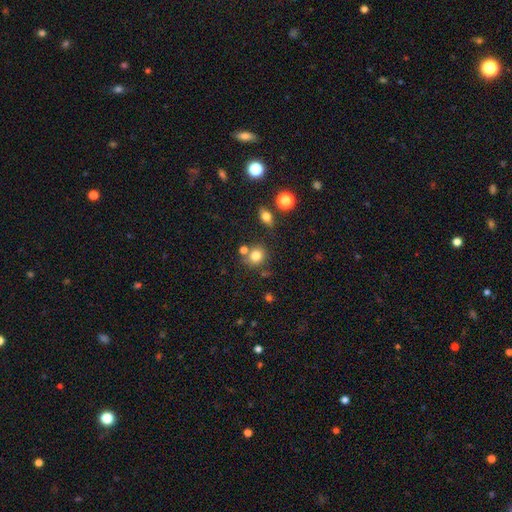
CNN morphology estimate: Overall: smooth (78%). How rounded: round (81%). Merging: none (69%).